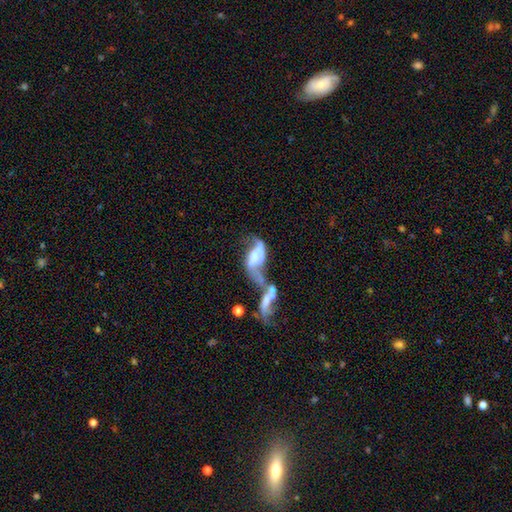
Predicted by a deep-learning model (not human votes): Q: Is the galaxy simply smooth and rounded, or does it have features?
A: featured or disk — 62%.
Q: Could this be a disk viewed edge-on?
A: no — 91%.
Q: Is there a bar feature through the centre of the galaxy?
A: no — 50%.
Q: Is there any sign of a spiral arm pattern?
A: yes — 54%.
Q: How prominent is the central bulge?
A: none — 42%.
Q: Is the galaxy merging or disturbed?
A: merger — 65%.